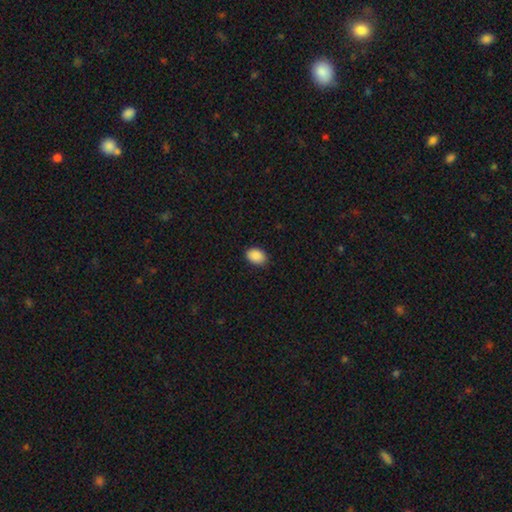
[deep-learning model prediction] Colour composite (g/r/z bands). It shows a smooth galaxy with no disk features (90%) that is in between round and cigar-shaped (78%). Merging: none (86%).